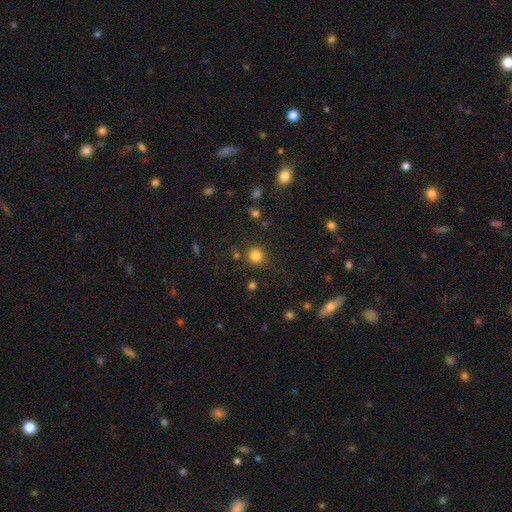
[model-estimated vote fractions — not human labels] smooth_or_featured: smooth (p=0.81) [alt: star or artifact p=0.13]
how_rounded: round (p=0.91) [alt: in between p=0.08]
merging: none (p=0.82) [alt: minor disturbance p=0.10]